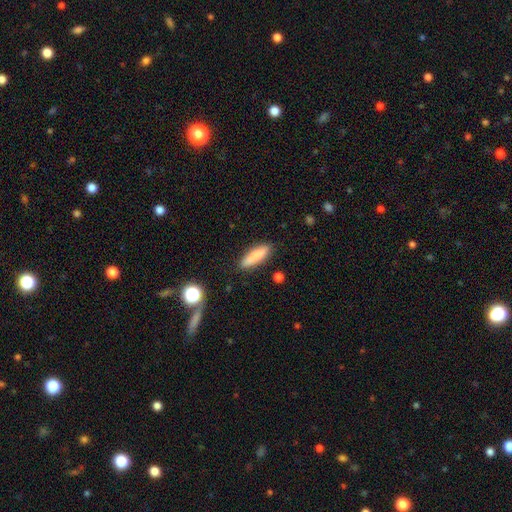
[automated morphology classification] smooth 83%, featured or disk 11%, star or artifact 7%. Down the decision tree: how rounded — cigar-shaped (68%); merging — none (84%).